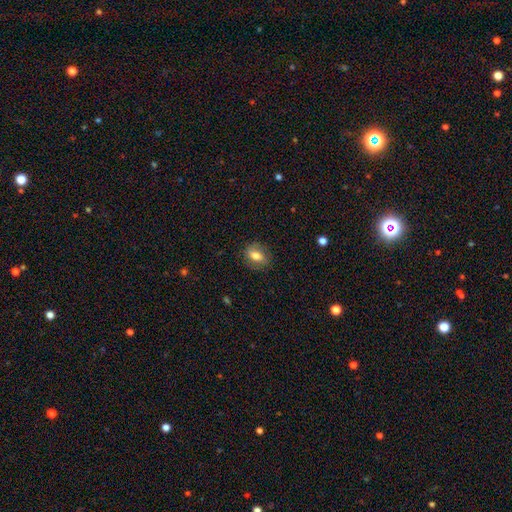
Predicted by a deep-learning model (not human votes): smooth-or-featured: smooth: 65% | featured or disk: 27% | star or artifact: 8%
  how-rounded: in between: 68% | round: 29% | cigar-shaped: 3%
  merging: none: 78% | minor disturbance: 15% | major disturbance: 6% | merger: 1%